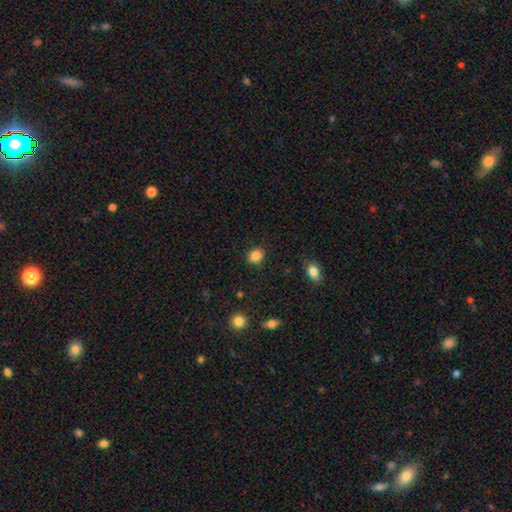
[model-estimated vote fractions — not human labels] smooth_or_featured: smooth (p=0.86) [alt: star or artifact p=0.10]
how_rounded: round (p=0.67) [alt: in between p=0.32]
merging: none (p=0.87) [alt: minor disturbance p=0.09]